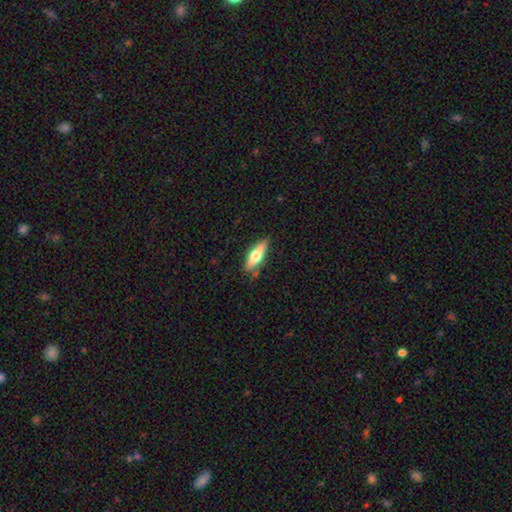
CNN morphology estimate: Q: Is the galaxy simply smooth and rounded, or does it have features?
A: smooth — 58%.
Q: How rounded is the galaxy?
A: in between — 53%.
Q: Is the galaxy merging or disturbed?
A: none — 80%.